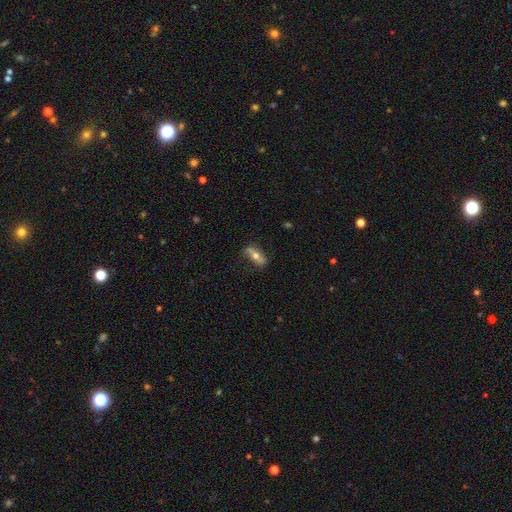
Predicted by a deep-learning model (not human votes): The model was most divided on "smooth or featured": featured or disk: 48%, smooth: 44%, star or artifact: 7%. More confident: merging — none (74%).